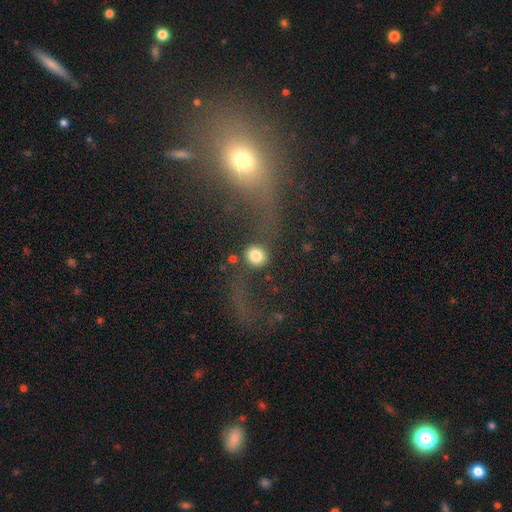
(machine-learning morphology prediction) Smooth or featured? smooth (78%)
How rounded? round (84%)
Merging? none (69%)